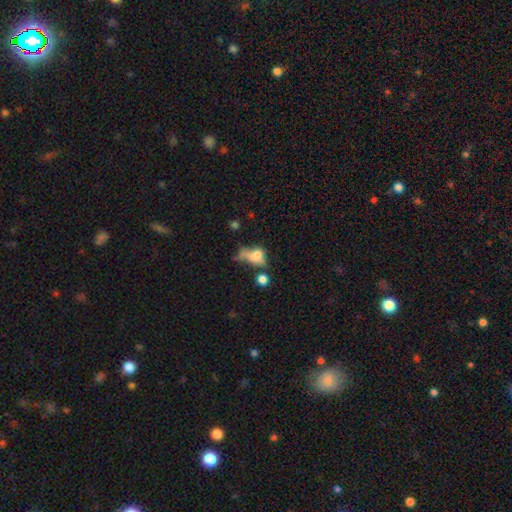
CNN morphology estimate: A smooth galaxy with no disk features (59%) that is in between round and cigar-shaped (67%). Merging: merger (29%, tied with major disturbance).